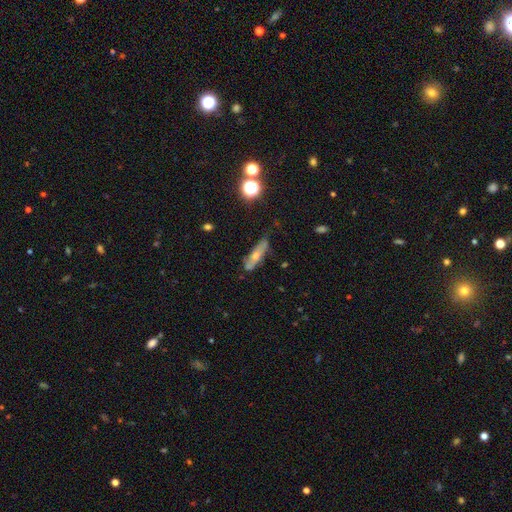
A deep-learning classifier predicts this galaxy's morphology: Q: Smooth or featured?
A: featured or disk (52%); runner-up: smooth (36%)
Q: Edge-on disk?
A: yes (60%); runner-up: no (40%)
Q: Merging?
A: none (70%); runner-up: minor disturbance (21%)